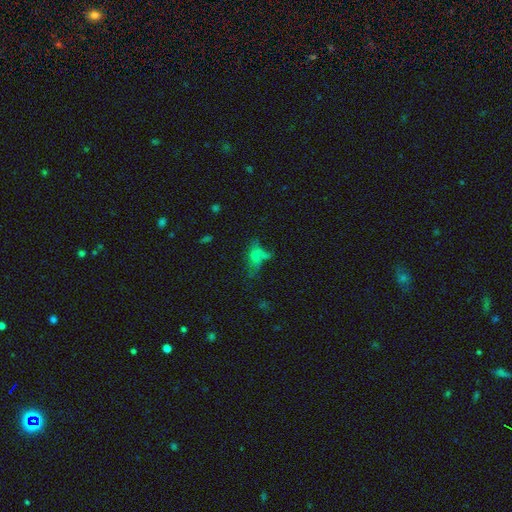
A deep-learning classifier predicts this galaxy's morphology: smooth_or_featured: smooth (p=0.54) [alt: featured or disk p=0.27]
how_rounded: in between (p=0.71) [alt: round p=0.16]
merging: none (p=0.42) [alt: minor disturbance p=0.21]